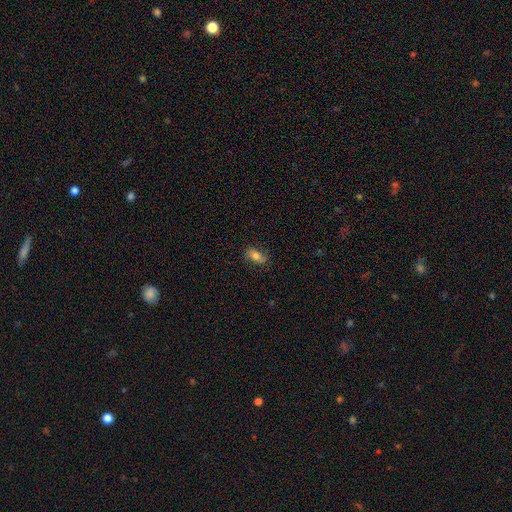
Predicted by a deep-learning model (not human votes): Smooth or featured: smooth — 65% (featured or disk — 26%)
How rounded: in between — 85% (round — 10%)
Merging: none — 78% (minor disturbance — 16%)